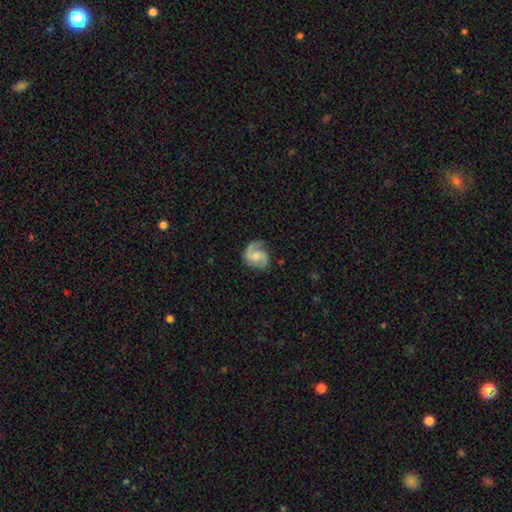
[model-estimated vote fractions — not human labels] smooth_or_featured: featured or disk (p=0.78) [alt: smooth p=0.16]
disk_edge_on: no (p=0.98) [alt: yes p=0.02]
bar: no (p=0.53) [alt: weak p=0.40]
has_spiral_arms: yes (p=0.96) [alt: no p=0.04]
spiral_winding: medium (p=0.50) [alt: loose p=0.29]
spiral_arm_count: 2 (p=0.82) [alt: 1 p=0.10]
bulge_size: moderate (p=0.40) [alt: small p=0.36]
merging: none (p=0.69) [alt: minor disturbance p=0.20]